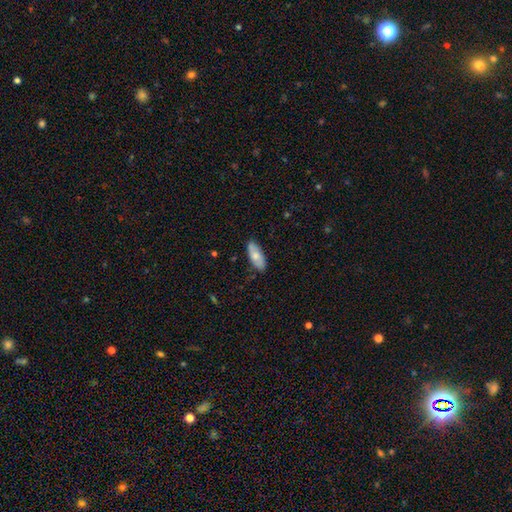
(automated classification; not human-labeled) Q: Smooth or featured?
A: smooth (72%); runner-up: featured or disk (22%)
Q: How rounded?
A: in between (77%); runner-up: cigar-shaped (21%)
Q: Merging?
A: none (84%); runner-up: minor disturbance (12%)